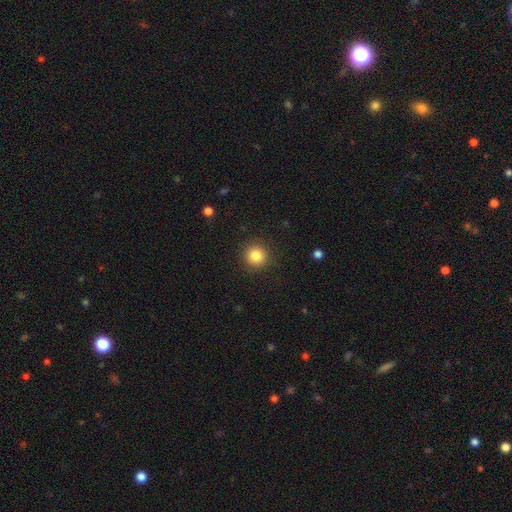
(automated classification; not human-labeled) This appears to be a smooth galaxy with no disk features (84%) that is round (95%). Merging: none (91%).